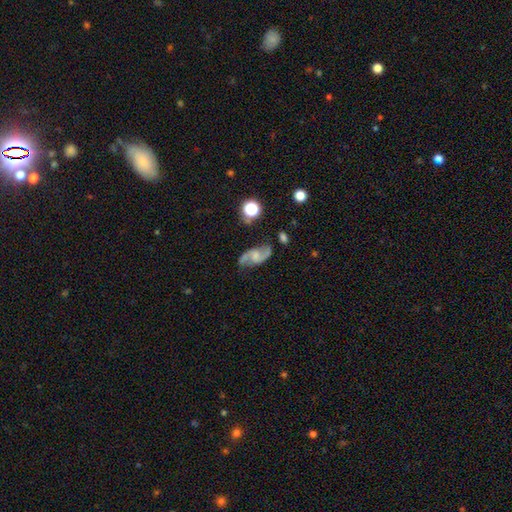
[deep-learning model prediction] Overall: featured or disk (77%). Edge-on disk: no (96%). Bar: no (45%; weak 44%). Spiral arms: yes (94%). Spiral arm count: 2 (92%). Spiral winding: loose (54%; medium 37%). Bulge size: small (32%; none 31%). Merging: none (72%).